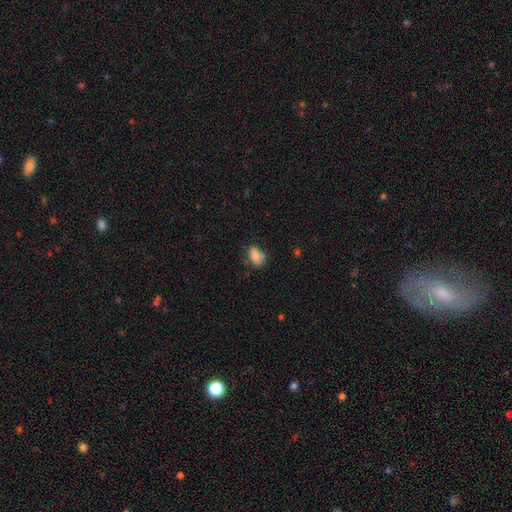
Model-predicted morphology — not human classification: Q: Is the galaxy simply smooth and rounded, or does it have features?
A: smooth — 76%.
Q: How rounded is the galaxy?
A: in between — 86%.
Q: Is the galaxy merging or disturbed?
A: none — 61%.